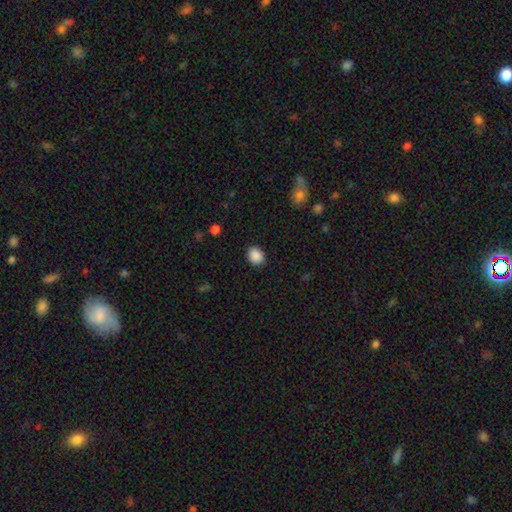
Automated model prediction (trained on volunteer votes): smooth-or-featured: smooth: 89% | star or artifact: 8% | featured or disk: 2%
  how-rounded: round: 55% | in between: 44% | cigar-shaped: 1%
  merging: none: 89% | minor disturbance: 7% | major disturbance: 2% | merger: 1%